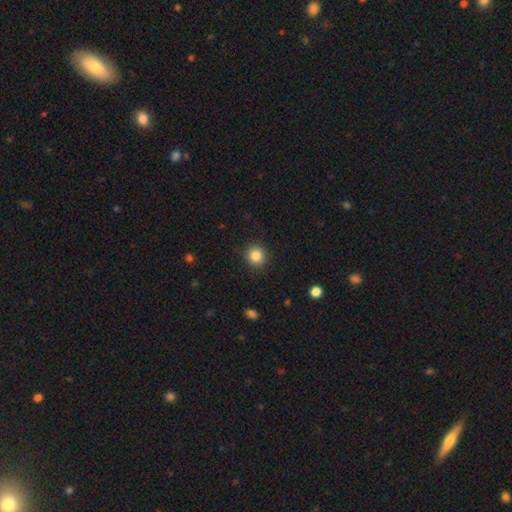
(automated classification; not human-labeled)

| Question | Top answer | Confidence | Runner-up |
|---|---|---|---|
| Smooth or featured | smooth | 85% | star or artifact (10%) |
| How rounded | round | 91% | in between (8%) |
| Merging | none | 90% | minor disturbance (6%) |